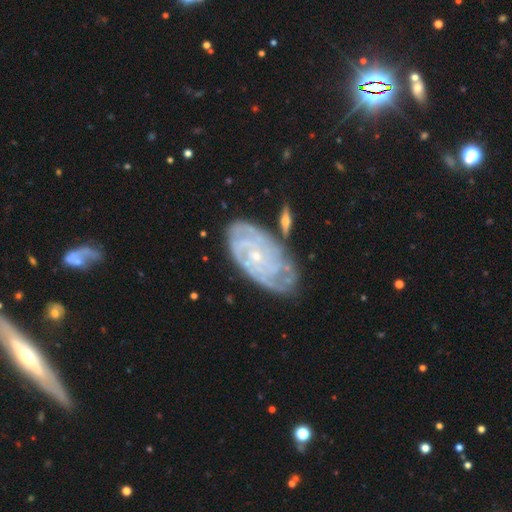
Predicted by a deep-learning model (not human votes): featured or disk 82%, smooth 11%, star or artifact 7%. Down the decision tree: edge-on disk — no (95%); bar — no (76%); spiral arms — yes (95%); spiral arm count — can't tell (37%); spiral winding — tight (79%); bulge size — small (80%); merging — none (71%).